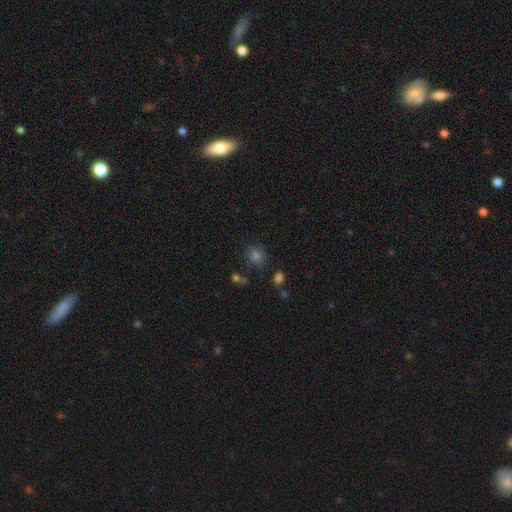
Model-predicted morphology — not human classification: A smooth galaxy with no disk features (68%) that is round (66%). Merging: none (76%).